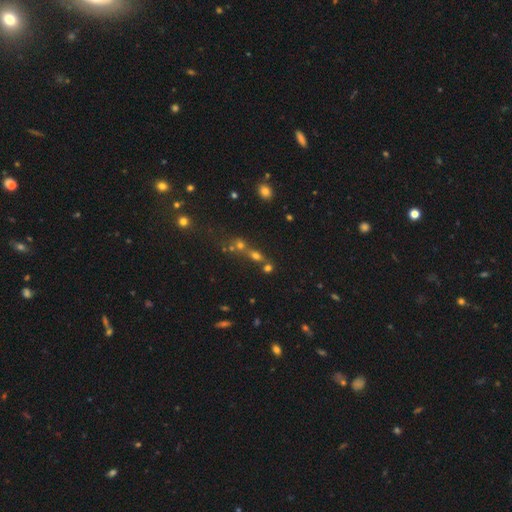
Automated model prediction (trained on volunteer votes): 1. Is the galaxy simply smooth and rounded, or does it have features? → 46% smooth, 36% star or artifact, 18% featured or disk.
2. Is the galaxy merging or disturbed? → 44% merger, 40% none, 9% minor disturbance, 7% major disturbance.